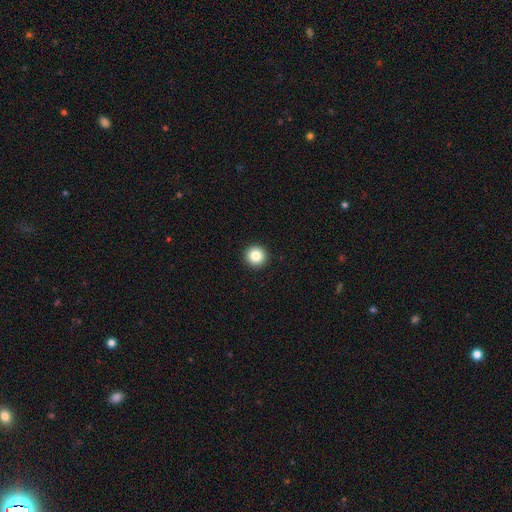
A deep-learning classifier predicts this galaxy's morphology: Overall: smooth (85%). How rounded: round (96%). Merging: none (94%).